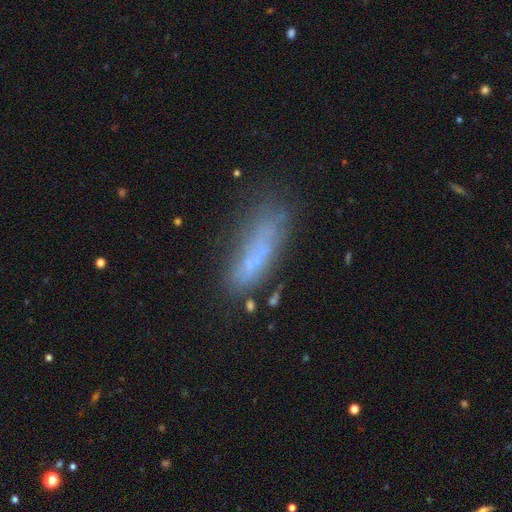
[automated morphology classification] Q: Smooth or featured?
A: smooth (54%); runner-up: featured or disk (31%)
Q: How rounded?
A: cigar-shaped (53%); runner-up: in between (44%)
Q: Merging?
A: none (48%); runner-up: minor disturbance (24%)